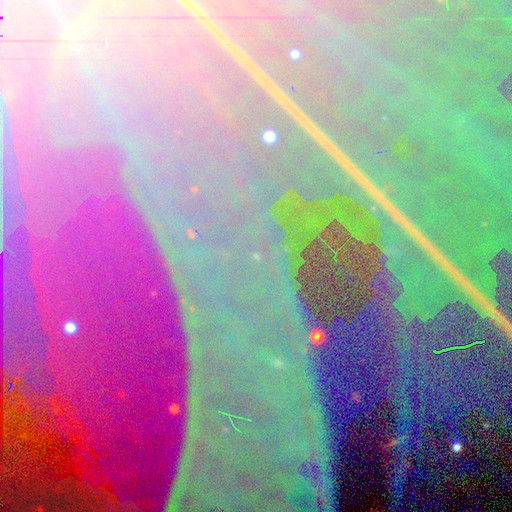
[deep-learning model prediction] This appears to be a star or artifact, not a galaxy (88%).